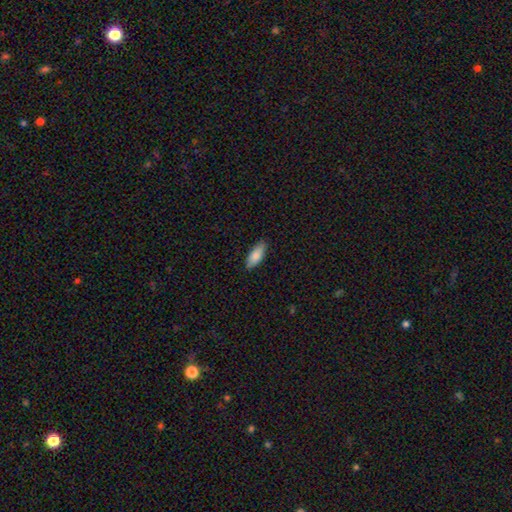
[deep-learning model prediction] The model was most divided on "how rounded": in between: 74%, cigar-shaped: 24%, round: 2%. More confident: merging — none (86%); smooth or featured — smooth (84%).